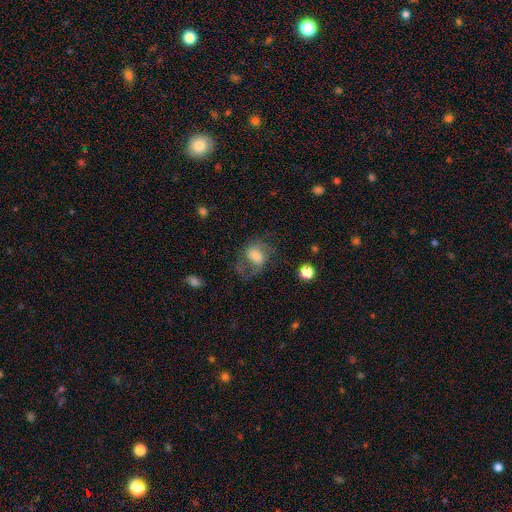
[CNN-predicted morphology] A smooth galaxy with no disk features (45%, tied with featured or disk). Merging: none (45%).